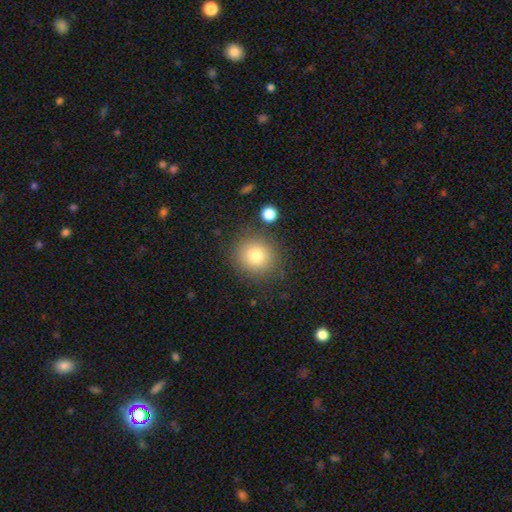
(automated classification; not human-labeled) A smooth galaxy with no disk features (79%) that is round (87%). Merging: none (83%).